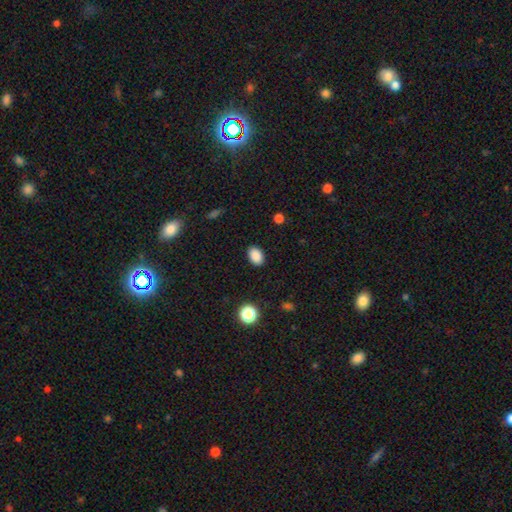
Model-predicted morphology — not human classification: A smooth galaxy with no disk features (88%) that is in between round and cigar-shaped (83%). Merging: none (88%).